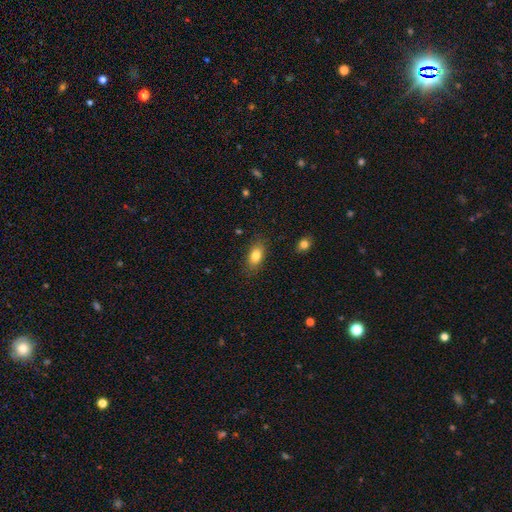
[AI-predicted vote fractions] A smooth galaxy with no disk features (82%) that is in between round and cigar-shaped (87%).

Vote fractions:
- Smooth or featured? smooth: 82% / featured or disk: 10% / star or artifact: 8%
- How rounded? in between: 87% / round: 8% / cigar-shaped: 5%
- Merging? none: 84% / minor disturbance: 12% / major disturbance: 3% / merger: 1%